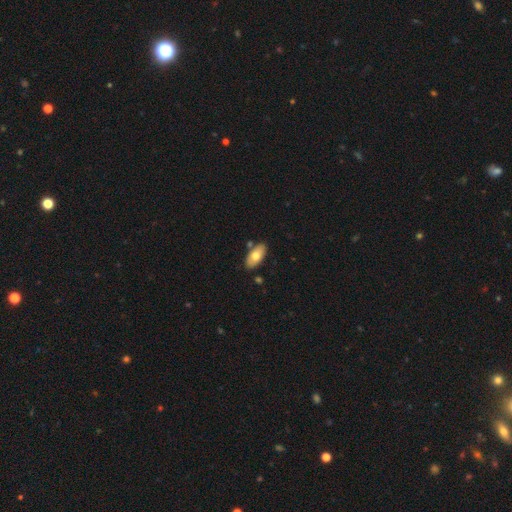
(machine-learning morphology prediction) smooth-or-featured: smooth: 71% | featured or disk: 23% | star or artifact: 6%
  how-rounded: in between: 92% | cigar-shaped: 5% | round: 2%
  merging: none: 81% | minor disturbance: 11% | merger: 6% | major disturbance: 2%